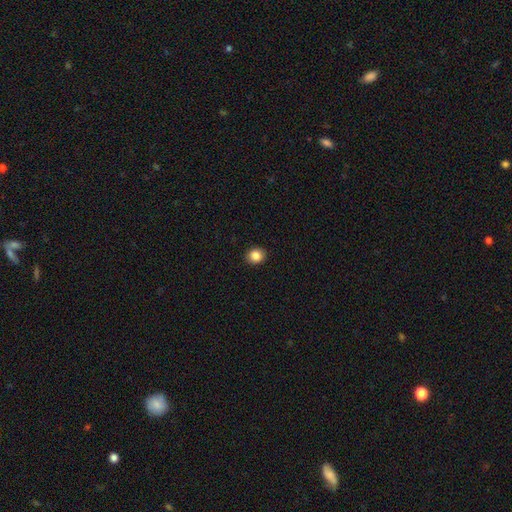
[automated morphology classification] Smooth or featured?
  - smooth: 85% *
  - star or artifact: 10%
  - featured or disk: 5%
How rounded?
  - round: 74% *
  - in between: 25%
  - cigar-shaped: 1%
Merging?
  - none: 92% *
  - minor disturbance: 6%
  - major disturbance: 2%
  - merger: 1%